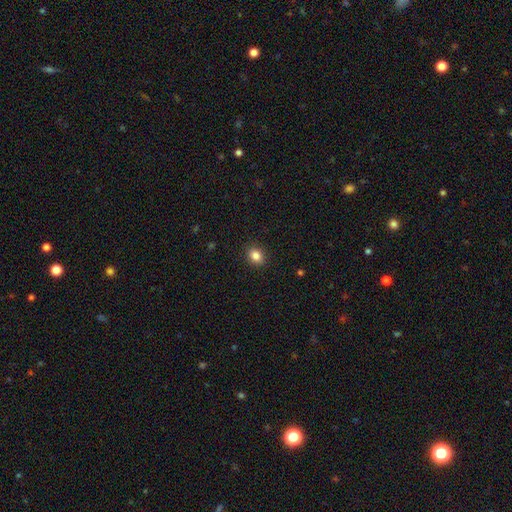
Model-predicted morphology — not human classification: Overall: smooth (85%). How rounded: in between (52%; round 47%). Merging: none (90%).